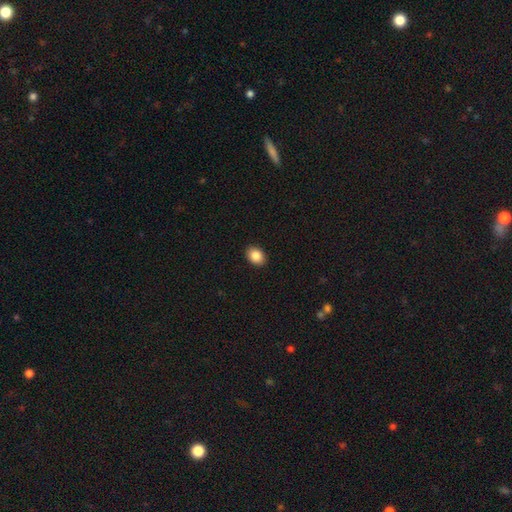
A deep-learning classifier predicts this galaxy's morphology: Smooth or featured? Predicted: smooth (p=0.86). How rounded? Predicted: in between (p=0.71). Merging? Predicted: none (p=0.91).